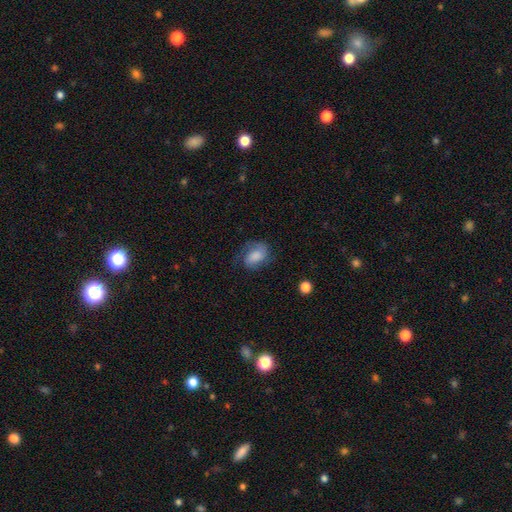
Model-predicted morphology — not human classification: type=smooth (46%); merging=none (57%).